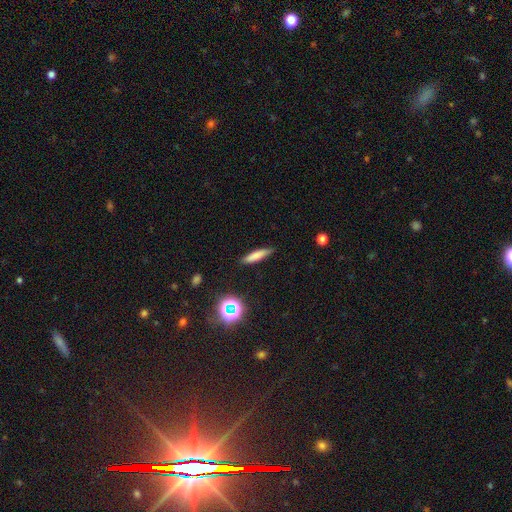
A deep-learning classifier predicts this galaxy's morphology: Overall: smooth (74%). How rounded: cigar-shaped (82%). Merging: none (86%).